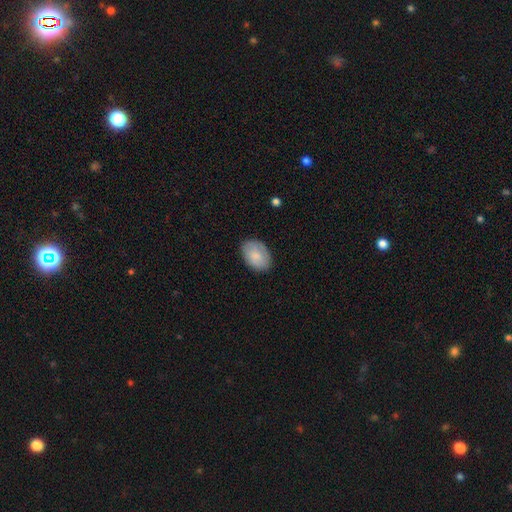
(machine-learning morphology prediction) smooth 77%, featured or disk 17%, star or artifact 6%. Down the decision tree: how rounded — in between (83%); merging — none (79%).